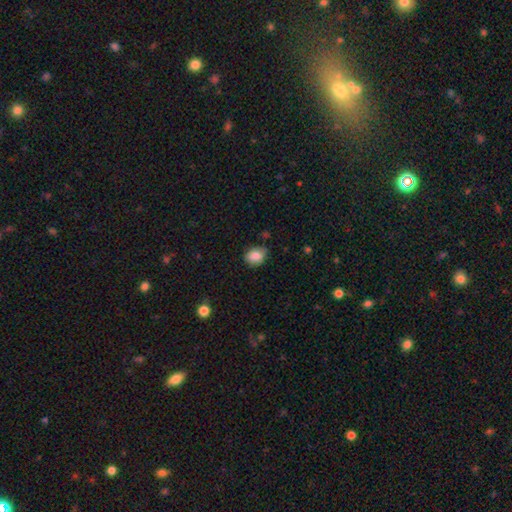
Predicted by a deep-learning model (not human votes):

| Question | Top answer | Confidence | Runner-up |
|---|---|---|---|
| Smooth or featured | smooth | 85% | star or artifact (8%) |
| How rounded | in between | 53% | round (47%) |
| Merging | none | 75% | minor disturbance (20%) |